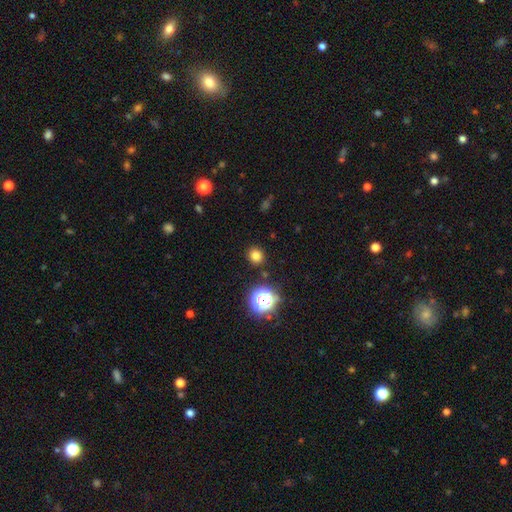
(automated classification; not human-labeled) A smooth galaxy with no disk features (77%) that is round (87%). Merging: none (89%).